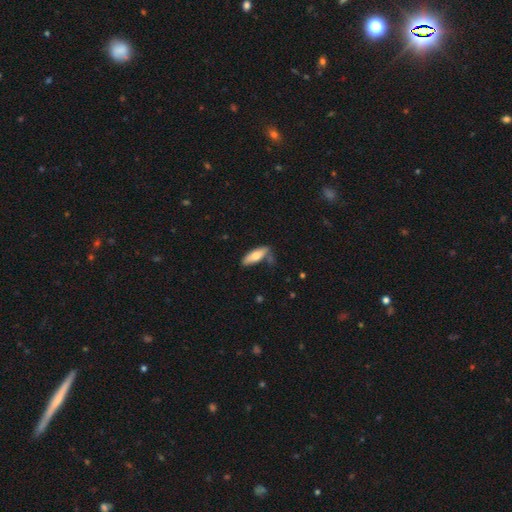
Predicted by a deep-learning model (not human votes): Smooth or featured? Predicted: smooth (p=0.69). How rounded? Predicted: in between (p=0.61). Merging? Predicted: none (p=0.67).